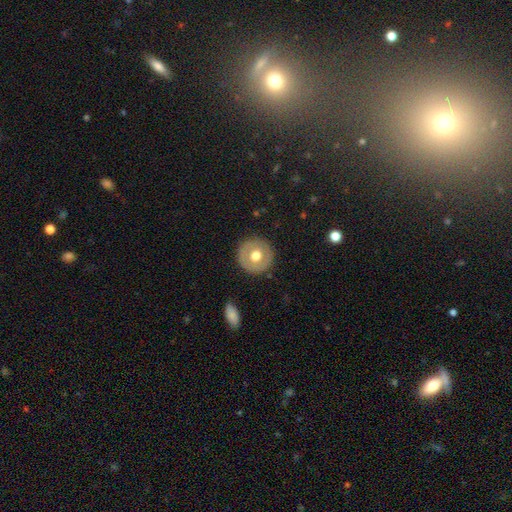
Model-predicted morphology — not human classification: This is possibly a smooth galaxy (58%). How rounded: clearly round (94%). Merging: clearly none (89%).